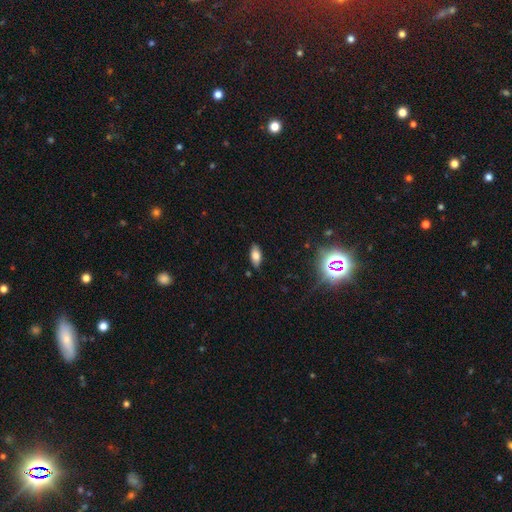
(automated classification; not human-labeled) Smooth or featured? Predicted: smooth (p=0.74). How rounded? Predicted: in between (p=0.87). Merging? Predicted: none (p=0.84).